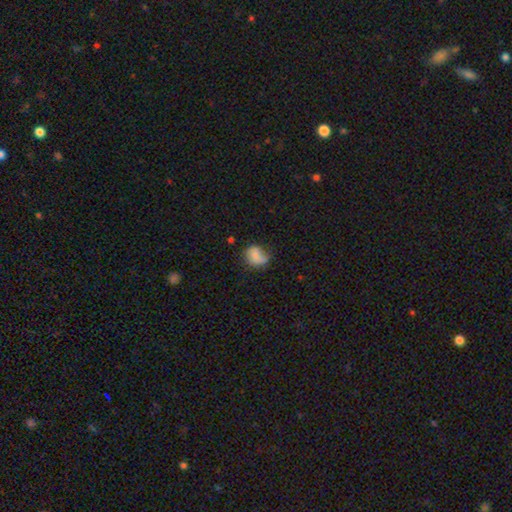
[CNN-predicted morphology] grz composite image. It shows a smooth galaxy with no disk features (71%) that is round (52%). Merging: none (43%).